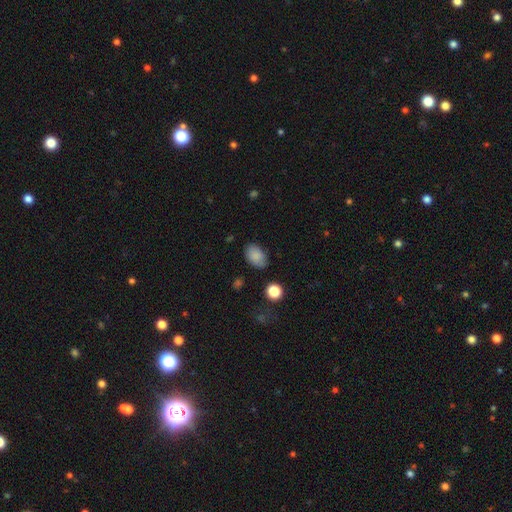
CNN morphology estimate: Smooth or featured: smooth — 86% (star or artifact — 8%)
How rounded: in between — 85% (round — 14%)
Merging: none — 80% (minor disturbance — 15%)